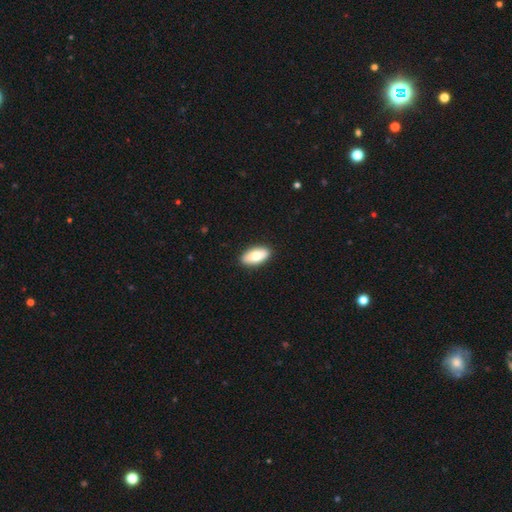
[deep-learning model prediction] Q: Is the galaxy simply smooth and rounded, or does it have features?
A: smooth — 74%.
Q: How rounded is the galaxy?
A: in between — 90%.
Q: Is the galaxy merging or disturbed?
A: none — 90%.